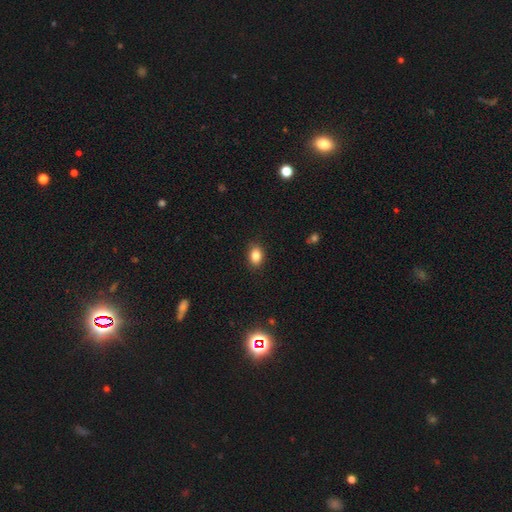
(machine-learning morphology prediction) The model was most divided on "how rounded": in between: 75%, round: 23%, cigar-shaped: 1%. More confident: merging — none (88%); smooth or featured — smooth (84%).